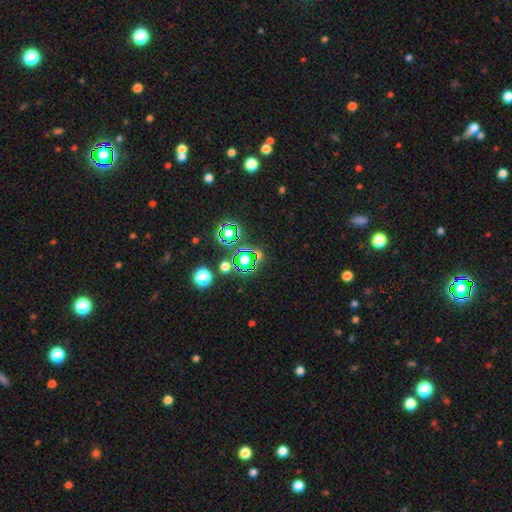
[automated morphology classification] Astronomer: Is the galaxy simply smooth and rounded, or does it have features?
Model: star or artifact — 70%.